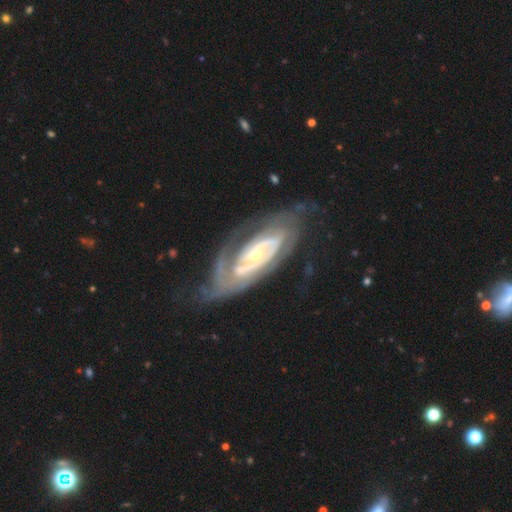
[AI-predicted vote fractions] smooth-or-featured: featured or disk: 88% | smooth: 8% | star or artifact: 5%
  disk-edge-on: no: 93% | yes: 7%
    bar: no: 58% | weak: 27% | strong: 15%
    has-spiral-arms: yes: 92% | no: 8%
      spiral-winding: tight: 64% | medium: 28% | loose: 8%
      spiral-arm-count: 2: 45% | can't tell: 28% | 3: 11% | 1: 8% | 4: 4% | more than 4: 4%
    bulge-size: small: 66% | moderate: 30% | large: 2% | none: 1% | dominant: 1%
  merging: none: 56% | minor disturbance: 22% | major disturbance: 19% | merger: 3%